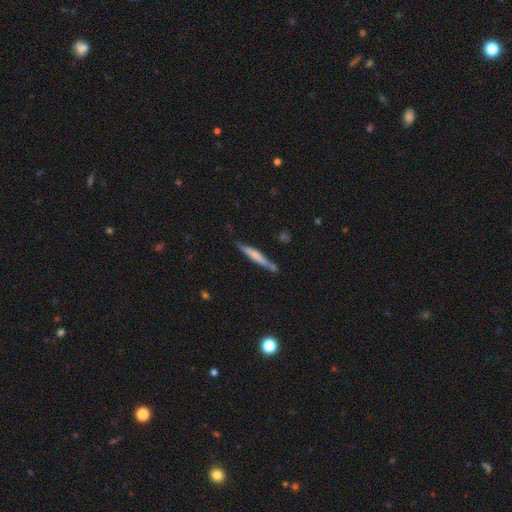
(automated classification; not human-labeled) Smooth or featured? Predicted: smooth (p=0.54). How rounded? Predicted: cigar-shaped (p=0.95). Merging? Predicted: none (p=0.75).